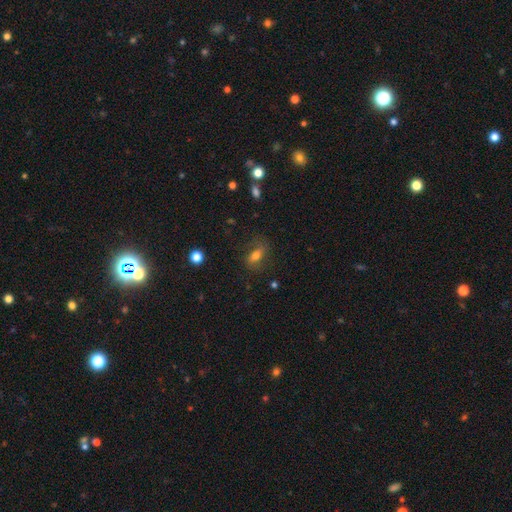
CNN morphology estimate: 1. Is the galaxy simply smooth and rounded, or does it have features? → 62% smooth, 27% featured or disk, 12% star or artifact.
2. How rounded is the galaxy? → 78% in between, 12% cigar-shaped, 10% round.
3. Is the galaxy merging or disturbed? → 65% none, 20% minor disturbance, 13% major disturbance, 2% merger.